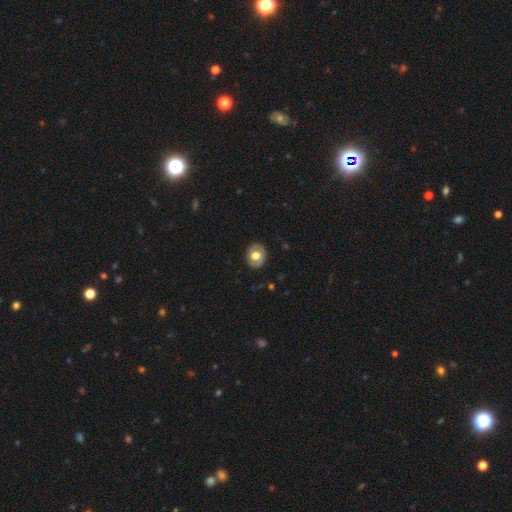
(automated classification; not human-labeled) smooth_or_featured: smooth (p=0.59) [alt: featured or disk p=0.34]
how_rounded: round (p=0.66) [alt: in between p=0.33]
merging: none (p=0.86) [alt: minor disturbance p=0.10]